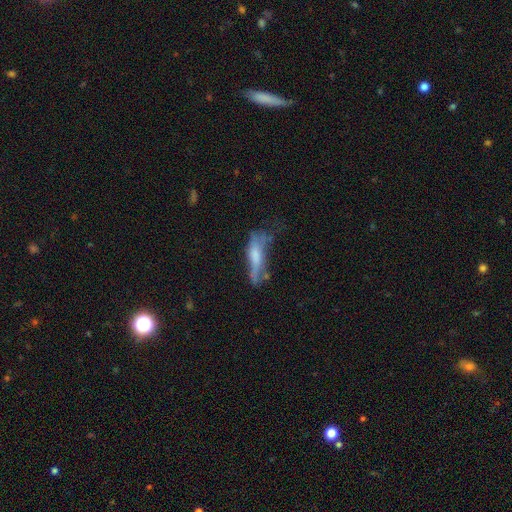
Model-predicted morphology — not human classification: smooth-or-featured: smooth: 51% | featured or disk: 40% | star or artifact: 9%
  how-rounded: cigar-shaped: 63% | in between: 35% | round: 2%
  merging: major disturbance: 32% | none: 31% | minor disturbance: 28% | merger: 9%